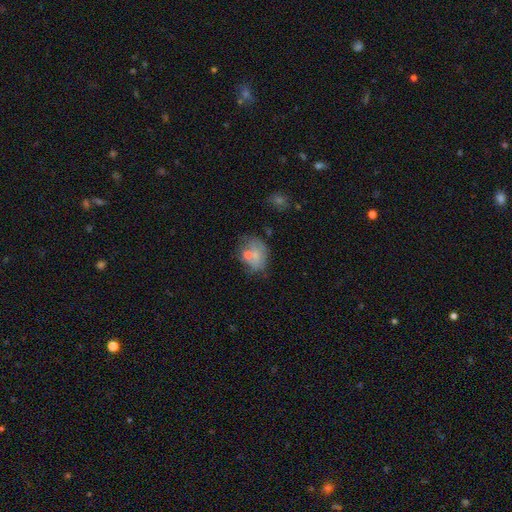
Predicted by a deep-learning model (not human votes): smooth_or_featured: smooth (p=0.57) [alt: featured or disk p=0.31]
how_rounded: in between (p=0.53) [alt: round p=0.46]
merging: none (p=0.45) [alt: minor disturbance p=0.25]